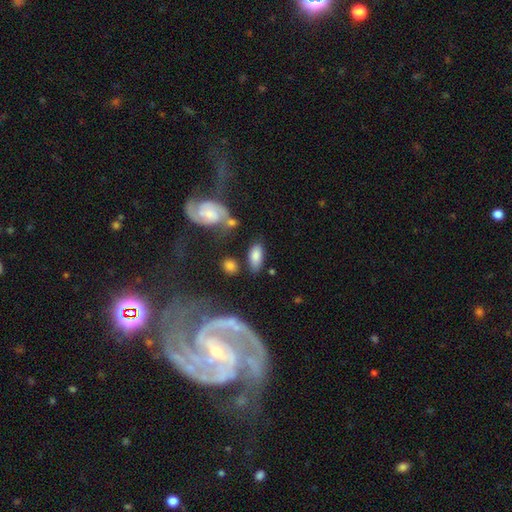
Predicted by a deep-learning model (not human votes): Smooth or featured?
  - smooth: 76% *
  - featured or disk: 16%
  - star or artifact: 8%
How rounded?
  - in between: 89% *
  - cigar-shaped: 8%
  - round: 3%
Merging?
  - none: 66% *
  - minor disturbance: 17%
  - merger: 10%
  - major disturbance: 7%